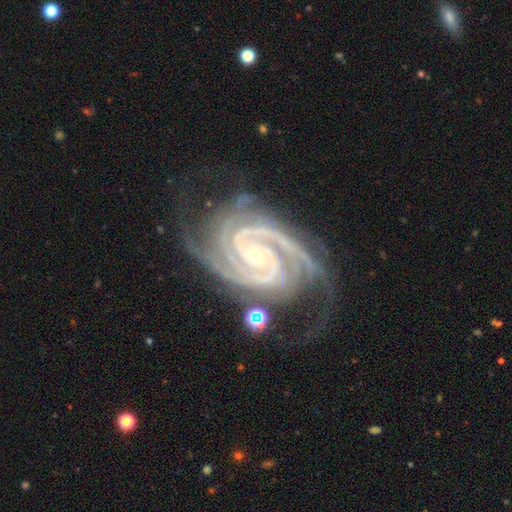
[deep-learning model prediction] smooth_or_featured: featured or disk (p=0.94) [alt: star or artifact p=0.04]
disk_edge_on: no (p=0.98) [alt: yes p=0.02]
bar: no (p=0.50) [alt: weak p=0.28]
has_spiral_arms: yes (p=0.99) [alt: no p=0.01]
spiral_winding: tight (p=0.77) [alt: medium p=0.21]
spiral_arm_count: 2 (p=0.34) [alt: 3 p=0.29]
bulge_size: small (p=0.80) [alt: moderate p=0.17]
merging: none (p=0.61) [alt: minor disturbance p=0.24]